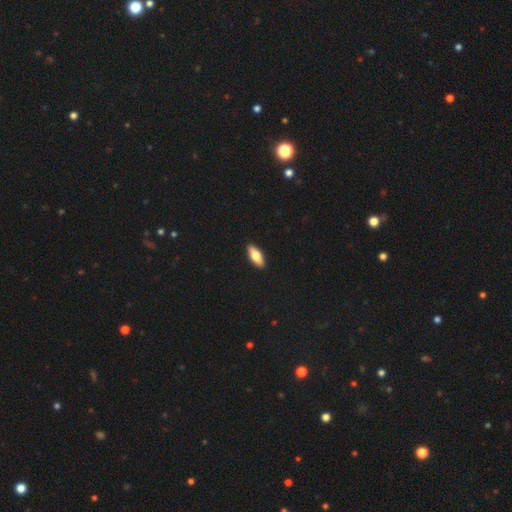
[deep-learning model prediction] This is likely a smooth galaxy (74%). How rounded: likely in between (75%). Merging: clearly none (92%).